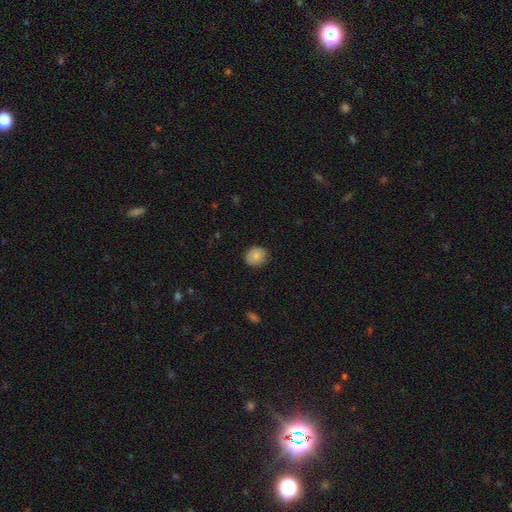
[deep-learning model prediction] Smooth or featured: smooth — 81% (featured or disk — 11%)
How rounded: round — 77% (in between — 22%)
Merging: none — 85% (minor disturbance — 12%)